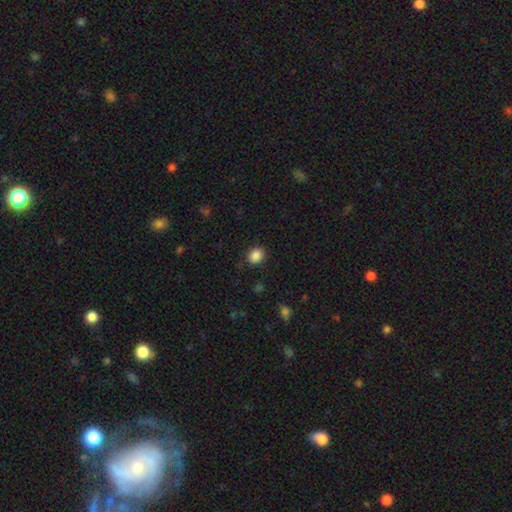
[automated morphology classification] smooth-or-featured: smooth: 87% | star or artifact: 10% | featured or disk: 3%
  how-rounded: round: 64% | in between: 35% | cigar-shaped: 1%
  merging: none: 88% | minor disturbance: 8% | major disturbance: 2% | merger: 1%